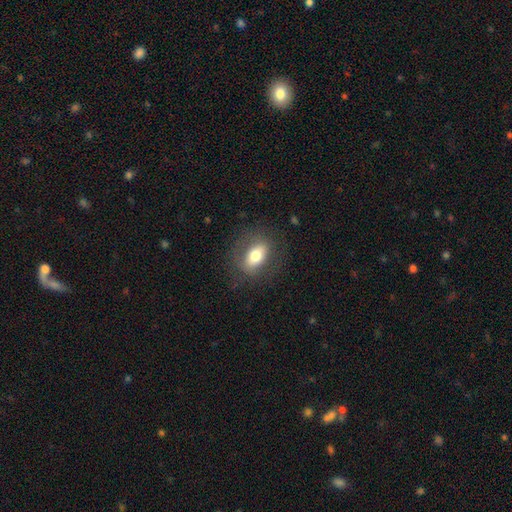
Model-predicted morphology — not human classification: type=smooth (65%); roundness=in between (79%); merging=none (78%).